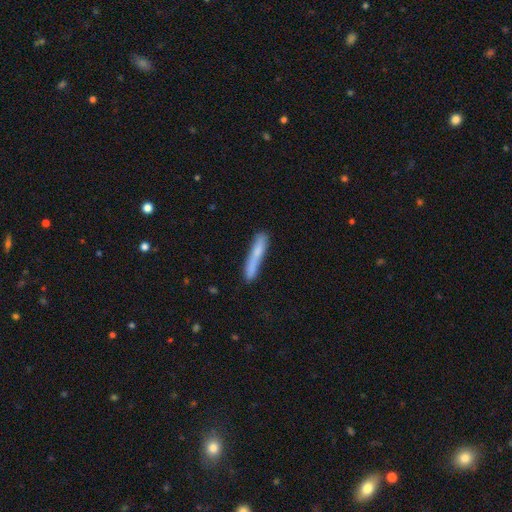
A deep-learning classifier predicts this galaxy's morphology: A smooth galaxy with no disk features (69%) that is cigar-shaped (94%).

Vote fractions:
- Smooth or featured? smooth: 69% / featured or disk: 24% / star or artifact: 7%
- How rounded? cigar-shaped: 94% / in between: 5% / round: 1%
- Merging? none: 75% / minor disturbance: 17% / merger: 4% / major disturbance: 4%